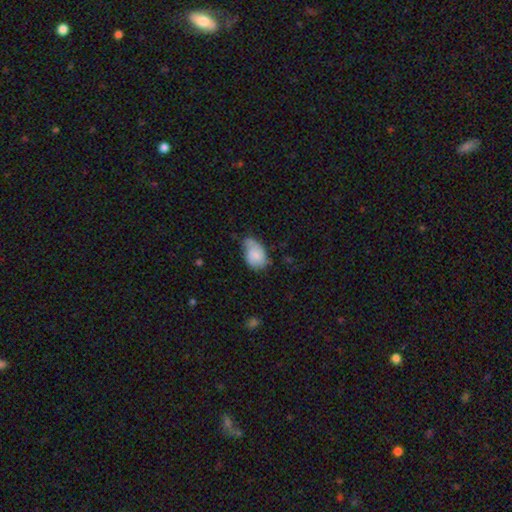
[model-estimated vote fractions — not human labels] Smooth or featured? smooth (65%)
How rounded? in between (83%)
Merging? minor disturbance (44%)